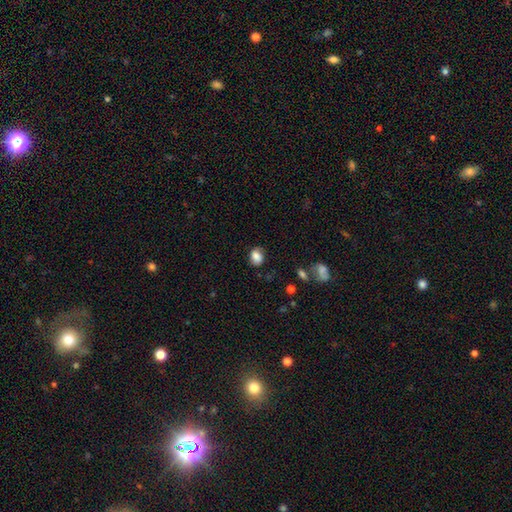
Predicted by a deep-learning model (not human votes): A smooth galaxy with no disk features (81%) that is in between round and cigar-shaped (66%).

Vote fractions:
- Smooth or featured? smooth: 81% / featured or disk: 10% / star or artifact: 9%
- How rounded? in between: 66% / round: 33% / cigar-shaped: 1%
- Merging? none: 75% / minor disturbance: 18% / major disturbance: 5% / merger: 2%